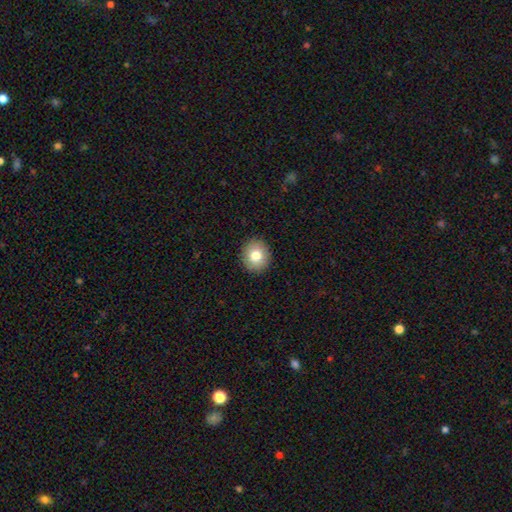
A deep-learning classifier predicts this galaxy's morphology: type=smooth (79%); roundness=round (80%); merging=none (91%).